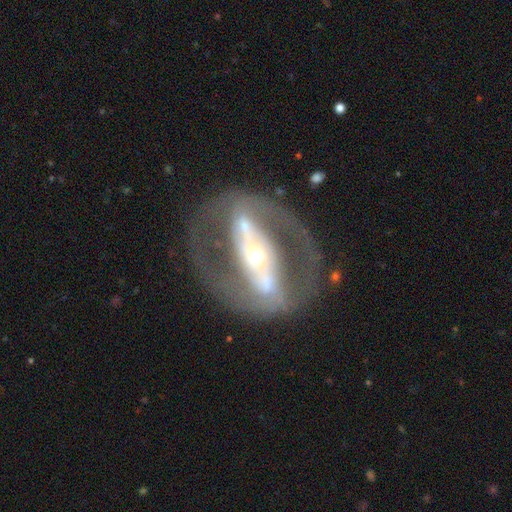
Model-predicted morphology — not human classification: Smooth or featured?
  - featured or disk: 83% *
  - smooth: 12%
  - star or artifact: 6%
Edge-on disk?
  - no: 87% *
  - yes: 13%
Bar?
  - strong: 65% *
  - no: 20%
  - weak: 15%
Spiral arms?
  - no: 53% *
  - yes: 47%
Bulge size?
  - moderate: 52% *
  - small: 38%
  - large: 7%
  - dominant: 2%
  - none: 1%
Merging?
  - none: 69% *
  - major disturbance: 15%
  - minor disturbance: 13%
  - merger: 3%